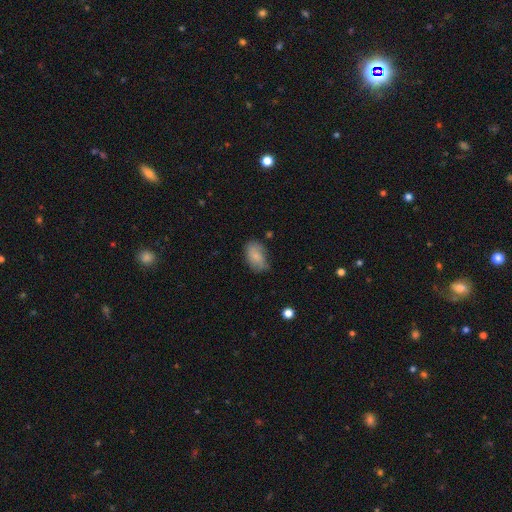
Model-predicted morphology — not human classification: Smooth or featured?
  - smooth: 78% *
  - featured or disk: 15%
  - star or artifact: 7%
How rounded?
  - in between: 90% *
  - round: 8%
  - cigar-shaped: 2%
Merging?
  - none: 60% *
  - minor disturbance: 30%
  - major disturbance: 7%
  - merger: 3%